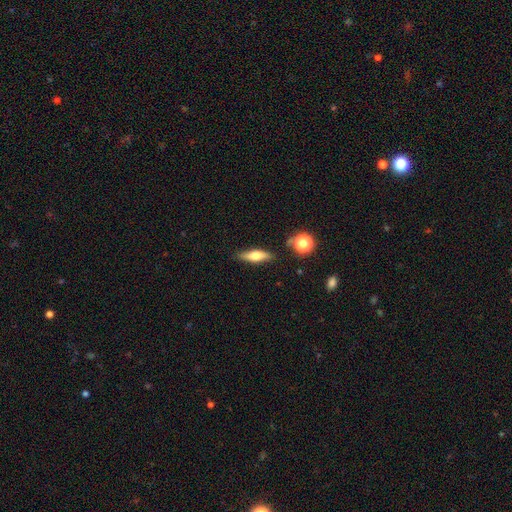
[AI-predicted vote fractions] A smooth galaxy with no disk features (51%) that is cigar-shaped (57%).

Vote fractions:
- Smooth or featured? smooth: 51% / featured or disk: 41% / star or artifact: 8%
- How rounded? cigar-shaped: 57% / in between: 39% / round: 4%
- Merging? none: 83% / minor disturbance: 11% / merger: 3% / major disturbance: 3%